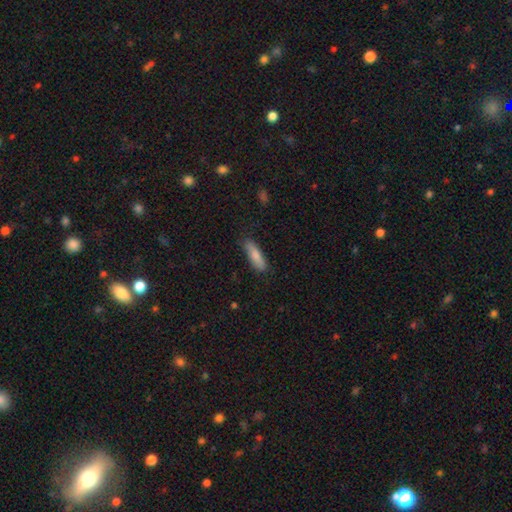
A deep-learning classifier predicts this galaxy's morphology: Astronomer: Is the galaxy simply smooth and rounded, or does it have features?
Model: smooth — 83%.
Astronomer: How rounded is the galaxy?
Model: cigar-shaped — 59% (runner-up: in between, 40%).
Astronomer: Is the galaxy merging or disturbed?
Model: none — 78%.